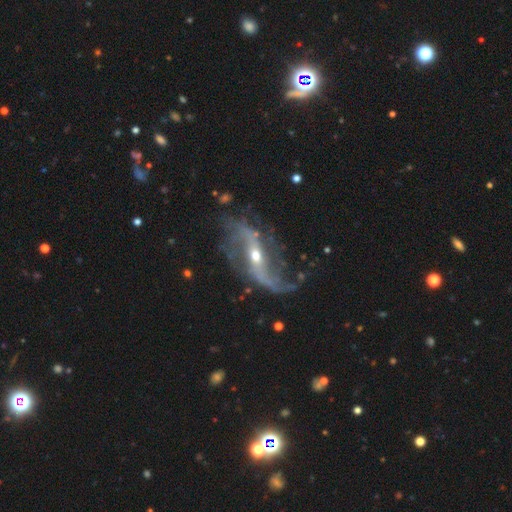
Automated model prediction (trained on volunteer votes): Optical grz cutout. It shows a featured or disk galaxy (88%) with a strong bar (46%), 2 (89%) loose (83%) spiral arms (94%) and a small central bulge (51%). Merging: none (58%).